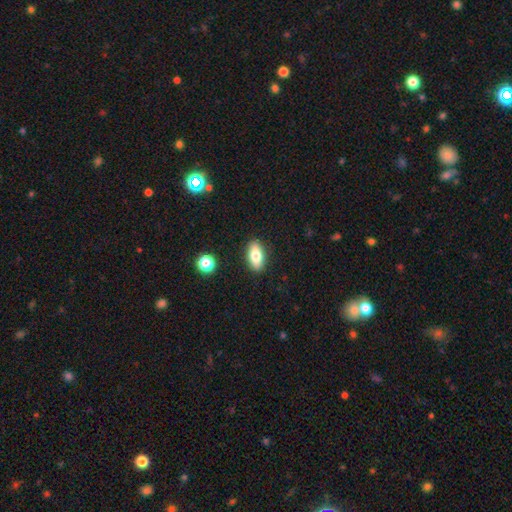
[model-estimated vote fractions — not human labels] A smooth galaxy with no disk features (78%) that is in between round and cigar-shaped (87%). Merging: none (88%).